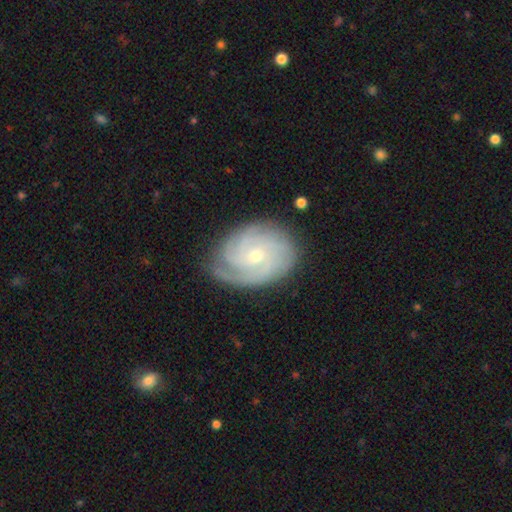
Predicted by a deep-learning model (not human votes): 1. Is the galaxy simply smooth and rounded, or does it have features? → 85% featured or disk, 10% smooth, 6% star or artifact.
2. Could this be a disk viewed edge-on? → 97% no, 3% yes.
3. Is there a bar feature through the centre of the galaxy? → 64% no, 31% weak, 4% strong.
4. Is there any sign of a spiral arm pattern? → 98% yes, 2% no.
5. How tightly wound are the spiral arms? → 71% tight, 25% medium, 4% loose.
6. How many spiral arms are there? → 27% 3, 24% 4, 24% can't tell, 11% 2, 8% more than 4, 6% 1.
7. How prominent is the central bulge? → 59% small, 37% moderate, 1% none, 1% large, 1% dominant.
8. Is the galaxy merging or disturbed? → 78% none, 16% minor disturbance, 4% major disturbance, 1% merger.